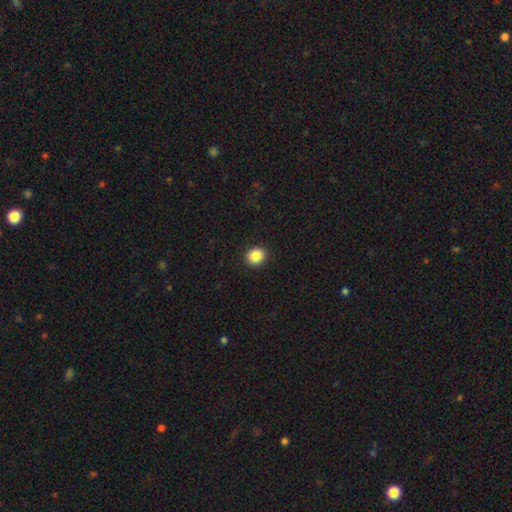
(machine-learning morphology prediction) Smooth or featured? Predicted: smooth (p=0.86). How rounded? Predicted: round (p=0.79). Merging? Predicted: none (p=0.92).